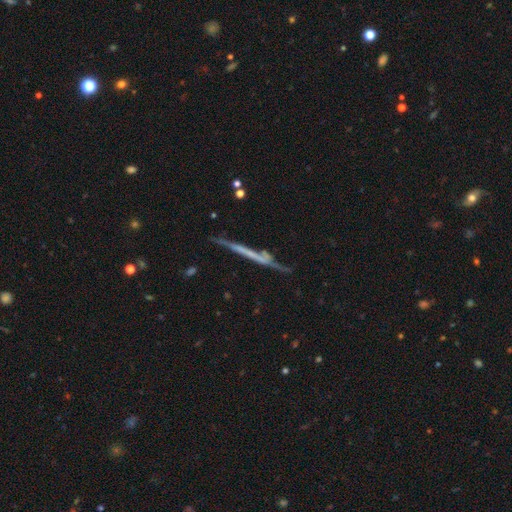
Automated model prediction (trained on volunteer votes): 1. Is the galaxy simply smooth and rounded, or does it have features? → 61% featured or disk, 29% smooth, 10% star or artifact.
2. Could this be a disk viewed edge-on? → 93% yes, 7% no.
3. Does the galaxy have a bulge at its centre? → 80% none, 13% rounded, 7% boxy.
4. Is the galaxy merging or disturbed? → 75% none, 16% minor disturbance, 5% major disturbance, 4% merger.